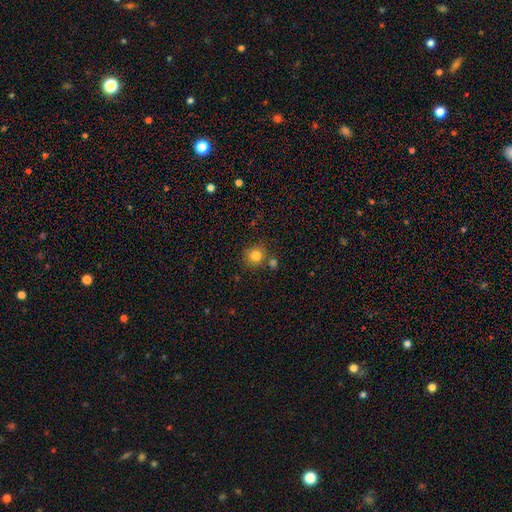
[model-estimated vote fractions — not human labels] Q: Smooth or featured?
A: smooth (82%); runner-up: star or artifact (12%)
Q: How rounded?
A: round (90%); runner-up: in between (10%)
Q: Merging?
A: none (74%); runner-up: merger (13%)